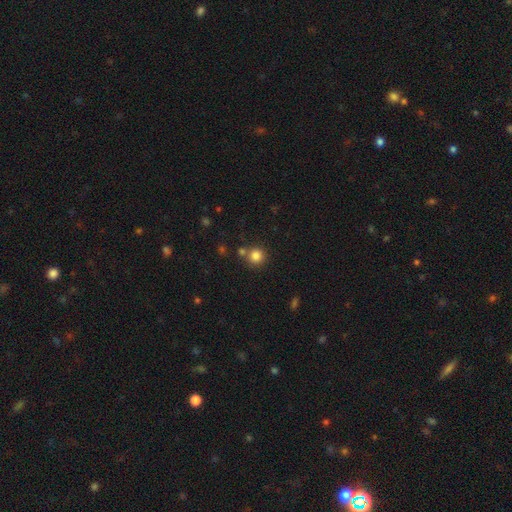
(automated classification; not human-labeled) The model was most divided on "merging": none: 74%, merger: 14%, minor disturbance: 8%, major disturbance: 3%. More confident: how rounded — round (93%); smooth or featured — smooth (82%).